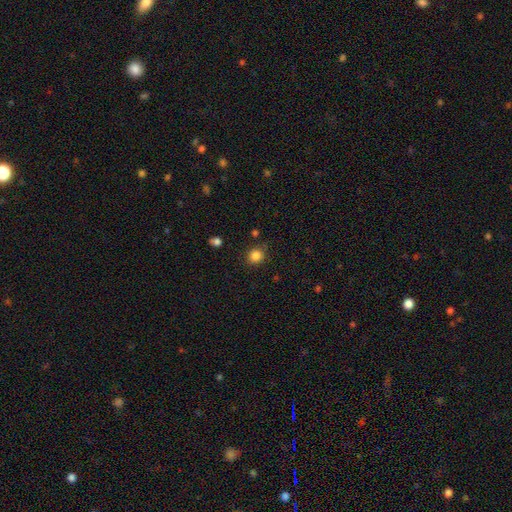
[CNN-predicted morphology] smooth_or_featured: smooth (p=0.85) [alt: star or artifact p=0.11]
how_rounded: round (p=0.85) [alt: in between p=0.14]
merging: none (p=0.82) [alt: minor disturbance p=0.12]